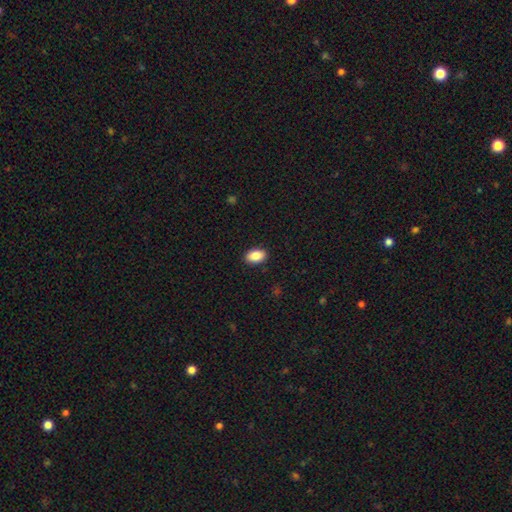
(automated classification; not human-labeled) Morphology: type=smooth (88%); roundness=in between (90%); merging=none (90%).